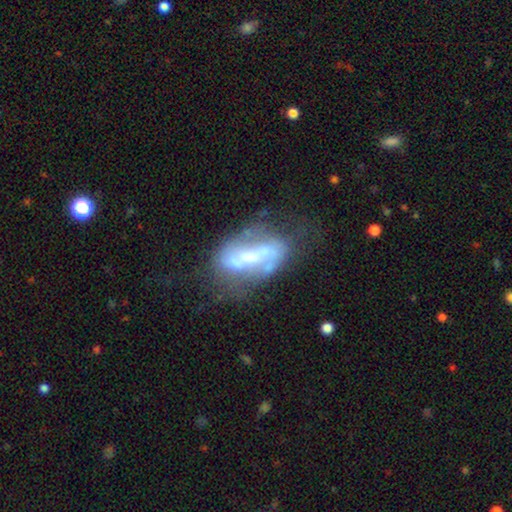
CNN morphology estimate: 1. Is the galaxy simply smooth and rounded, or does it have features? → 77% featured or disk, 17% smooth, 7% star or artifact.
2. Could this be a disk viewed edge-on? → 87% no, 13% yes.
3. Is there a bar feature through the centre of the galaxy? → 57% strong, 24% weak, 19% no.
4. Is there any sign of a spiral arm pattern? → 73% yes, 27% no.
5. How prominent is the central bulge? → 52% small, 39% moderate, 4% large, 3% none, 1% dominant.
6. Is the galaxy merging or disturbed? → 58% none, 22% minor disturbance, 15% major disturbance, 4% merger.